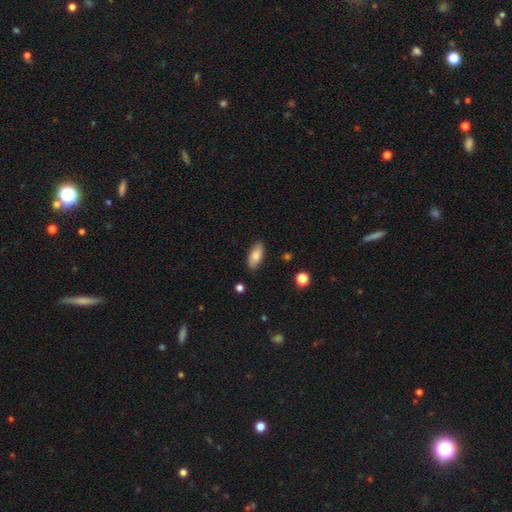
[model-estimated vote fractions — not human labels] Smooth or featured? Predicted: smooth (p=0.80). How rounded? Predicted: in between (p=0.88). Merging? Predicted: none (p=0.87).